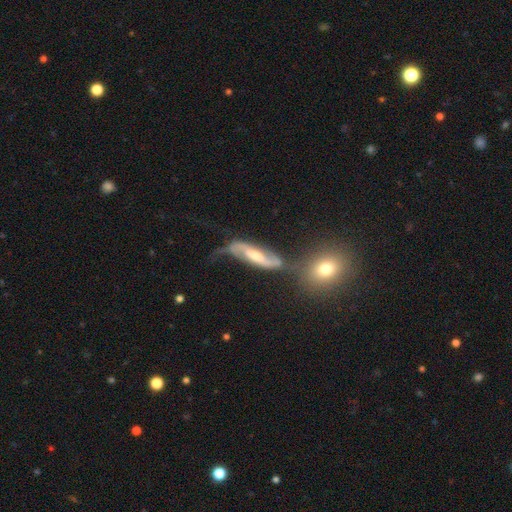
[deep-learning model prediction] Smooth or featured? Predicted: featured or disk (p=0.80). Edge-on disk? Predicted: no (p=0.82). Bar? Predicted: strong (p=0.40). Spiral arms? Predicted: yes (p=0.92). Spiral winding? Predicted: loose (p=0.64). Spiral arm count? Predicted: 2 (p=0.89). Bulge size? Predicted: moderate (p=0.48). Merging? Predicted: none (p=0.43).